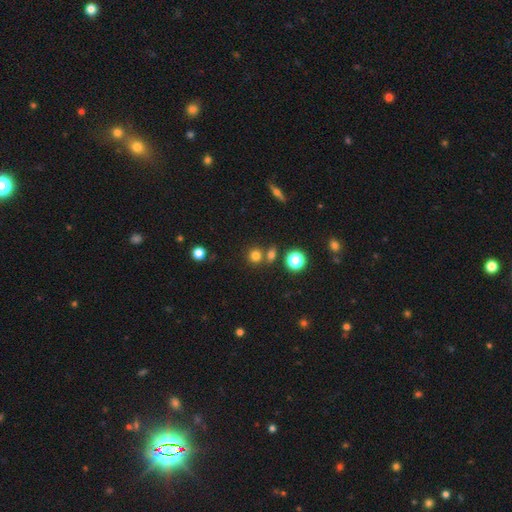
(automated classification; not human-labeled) The model was most divided on "merging": none: 69%, merger: 20%, minor disturbance: 8%, major disturbance: 3%. More confident: how rounded — round (88%); smooth or featured — smooth (75%).